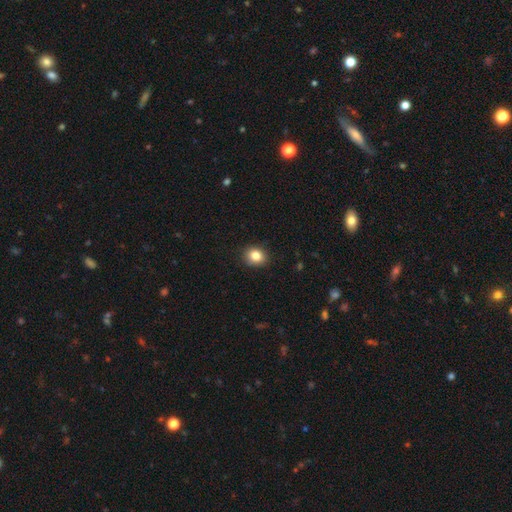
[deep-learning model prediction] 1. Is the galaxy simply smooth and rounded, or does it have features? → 85% smooth, 10% star or artifact, 6% featured or disk.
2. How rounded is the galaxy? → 63% round, 36% in between, 1% cigar-shaped.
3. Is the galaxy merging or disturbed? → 89% none, 8% minor disturbance, 2% major disturbance, 1% merger.